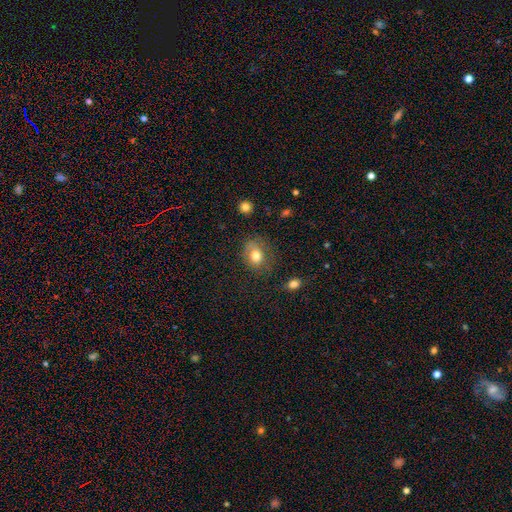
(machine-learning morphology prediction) smooth_or_featured: smooth (p=0.77) [alt: featured or disk p=0.13]
how_rounded: in between (p=0.54) [alt: round p=0.45]
merging: none (p=0.62) [alt: minor disturbance p=0.24]